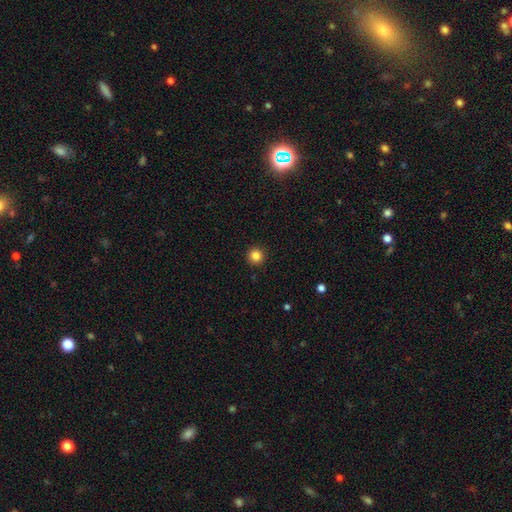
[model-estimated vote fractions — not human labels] Morphology: type=smooth (84%); roundness=round (95%); merging=none (93%).